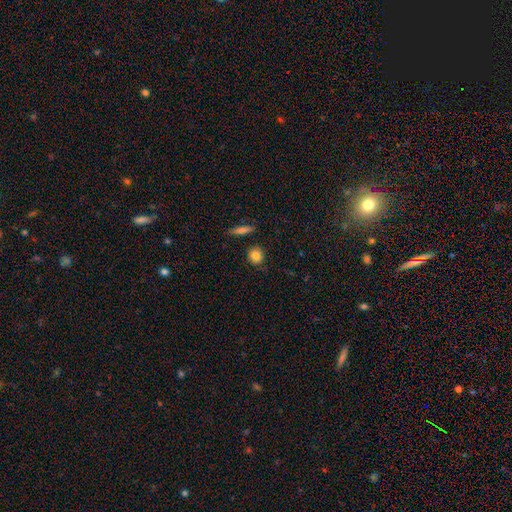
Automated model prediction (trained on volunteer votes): Q: Smooth or featured?
A: smooth (84%); runner-up: star or artifact (9%)
Q: How rounded?
A: round (81%); runner-up: in between (17%)
Q: Merging?
A: none (84%); runner-up: minor disturbance (10%)